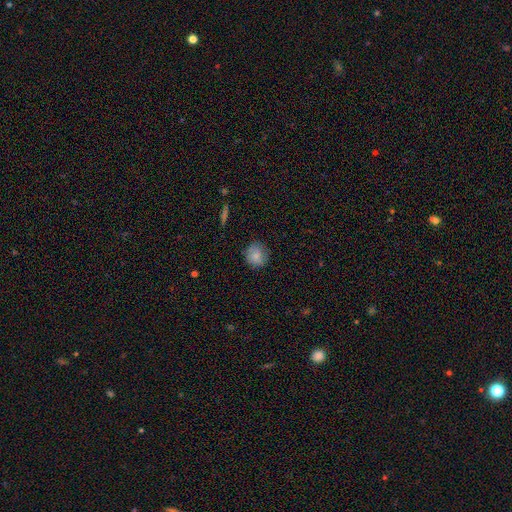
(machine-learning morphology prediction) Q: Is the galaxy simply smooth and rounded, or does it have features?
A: smooth — 82%.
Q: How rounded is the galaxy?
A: round — 84%.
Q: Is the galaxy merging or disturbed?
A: none — 79%.